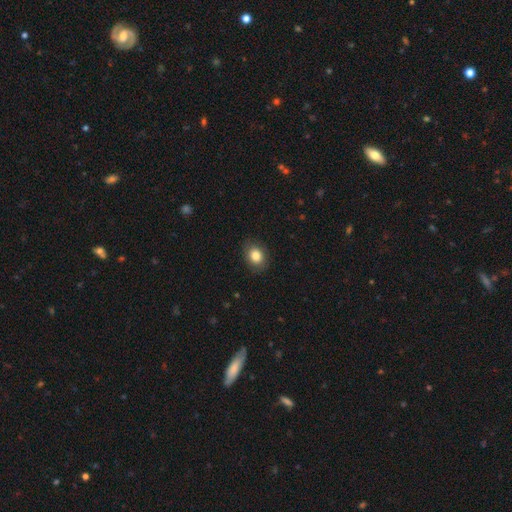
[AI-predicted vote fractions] This appears to be a smooth galaxy with no disk features (84%) that is in between round and cigar-shaped (56%). Merging: none (87%).